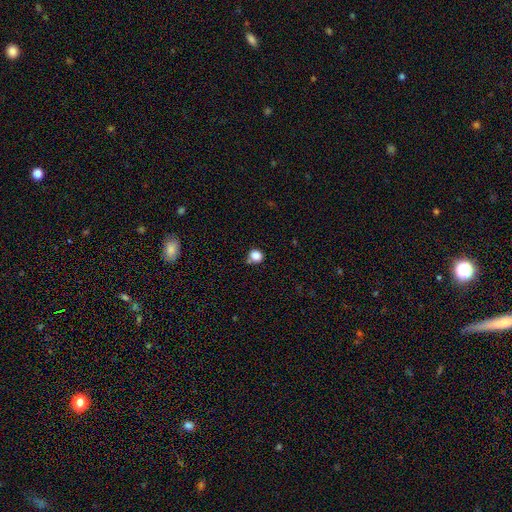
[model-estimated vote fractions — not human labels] This is clearly a smooth galaxy (84%). How rounded: clearly round (84%). Merging: likely none (67%).